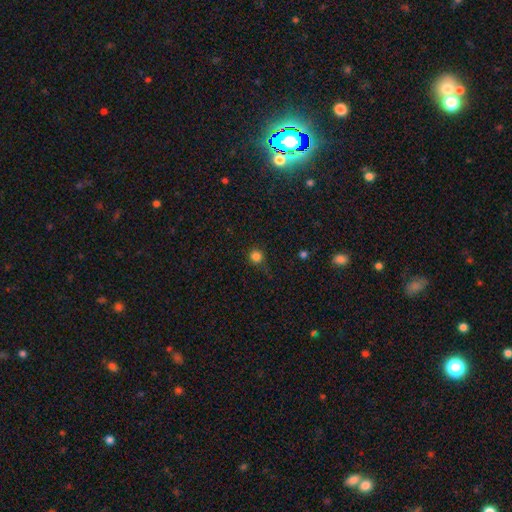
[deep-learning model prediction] smooth-or-featured: smooth: 82% | star or artifact: 14% | featured or disk: 4%
  how-rounded: round: 94% | in between: 5% | cigar-shaped: 1%
  merging: none: 78% | minor disturbance: 15% | major disturbance: 5% | merger: 2%